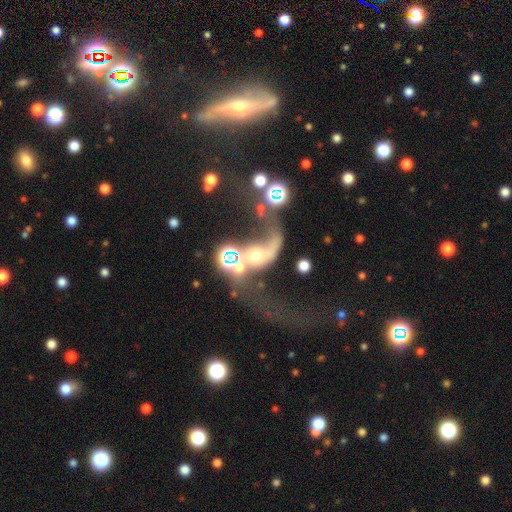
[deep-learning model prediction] Q: Smooth or featured?
A: featured or disk (61%); runner-up: smooth (21%)
Q: Edge-on disk?
A: no (95%); runner-up: yes (5%)
Q: Bar?
A: no (70%); runner-up: weak (21%)
Q: Spiral arms?
A: yes (71%); runner-up: no (29%)
Q: Bulge size?
A: moderate (45%); runner-up: small (34%)
Q: Merging?
A: merger (39%); runner-up: major disturbance (33%)